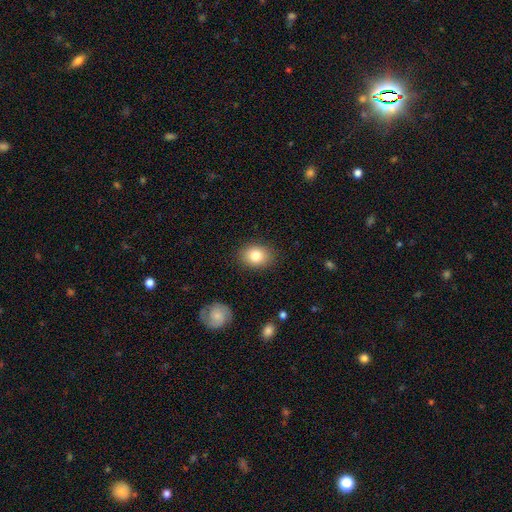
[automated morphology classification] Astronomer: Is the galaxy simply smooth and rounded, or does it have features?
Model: smooth — 82%.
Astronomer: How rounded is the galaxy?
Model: in between — 61% (runner-up: round, 38%).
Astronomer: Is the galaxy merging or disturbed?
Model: none — 87%.